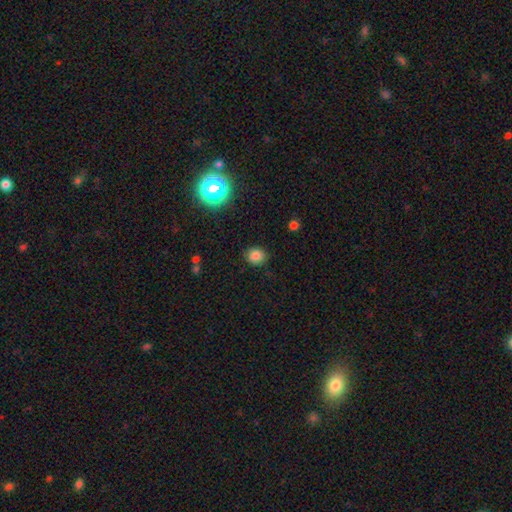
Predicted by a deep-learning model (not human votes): The model was most divided on "how rounded": round: 76%, in between: 23%, cigar-shaped: 1%. More confident: merging — none (88%); smooth or featured — smooth (81%).